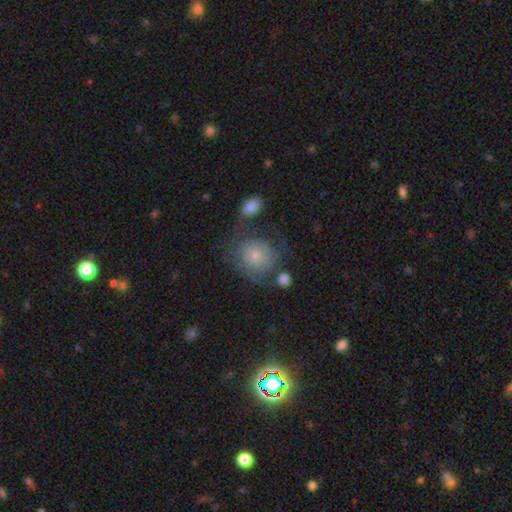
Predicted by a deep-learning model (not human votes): Morphology: type=smooth (65%); roundness=round (81%); merging=none (47%).